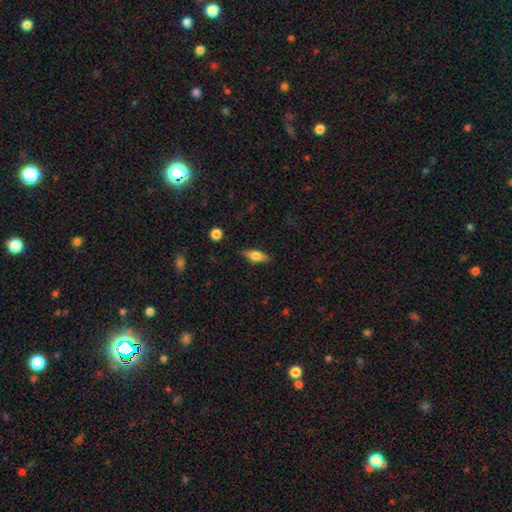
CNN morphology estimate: Smooth or featured: smooth — 71% (featured or disk — 22%)
How rounded: in between — 74% (cigar-shaped — 23%)
Merging: none — 83% (minor disturbance — 13%)